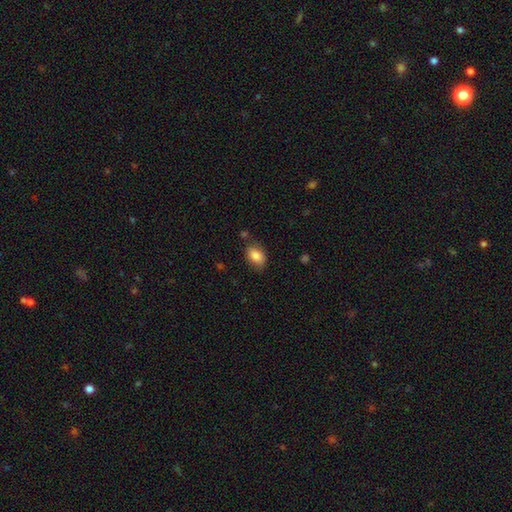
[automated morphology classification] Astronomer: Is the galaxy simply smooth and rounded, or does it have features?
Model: smooth — 86%.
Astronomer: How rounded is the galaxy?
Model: in between — 86%.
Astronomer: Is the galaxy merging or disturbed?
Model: none — 76%.